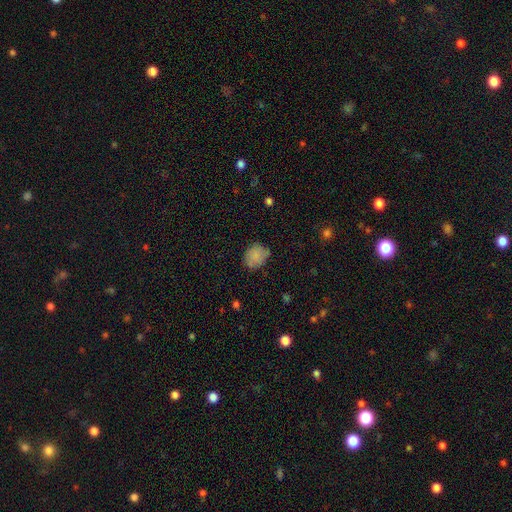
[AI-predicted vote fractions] Q: Smooth or featured?
A: smooth (80%); runner-up: featured or disk (12%)
Q: How rounded?
A: round (56%); runner-up: in between (43%)
Q: Merging?
A: none (69%); runner-up: minor disturbance (23%)